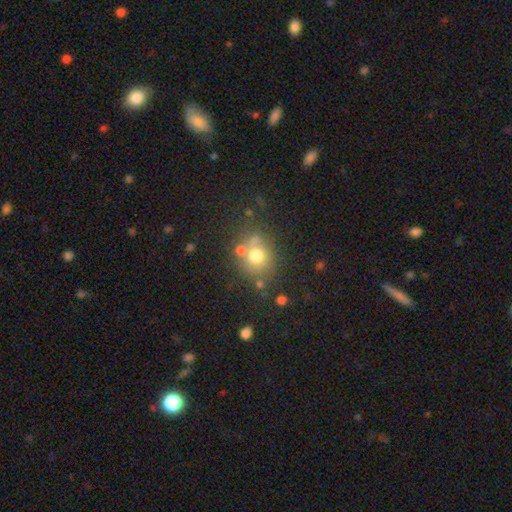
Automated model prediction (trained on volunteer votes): Smooth or featured?
  - smooth: 69% *
  - featured or disk: 16%
  - star or artifact: 15%
How rounded?
  - round: 76% *
  - in between: 23%
  - cigar-shaped: 1%
Merging?
  - none: 61% *
  - merger: 17%
  - minor disturbance: 15%
  - major disturbance: 7%